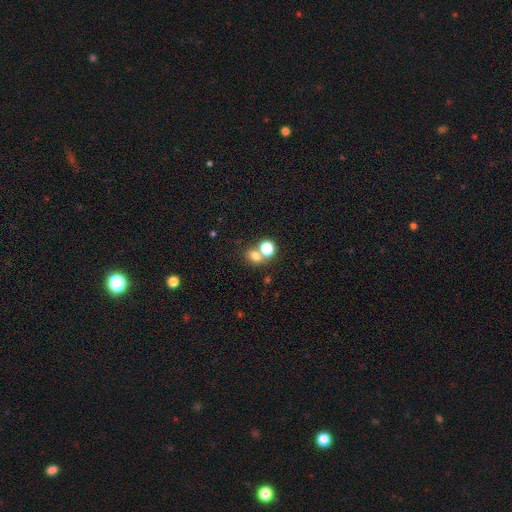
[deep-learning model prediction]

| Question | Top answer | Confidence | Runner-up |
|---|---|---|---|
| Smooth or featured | smooth | 73% | star or artifact (18%) |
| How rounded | round | 61% | in between (37%) |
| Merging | none | 49% | merger (39%) |